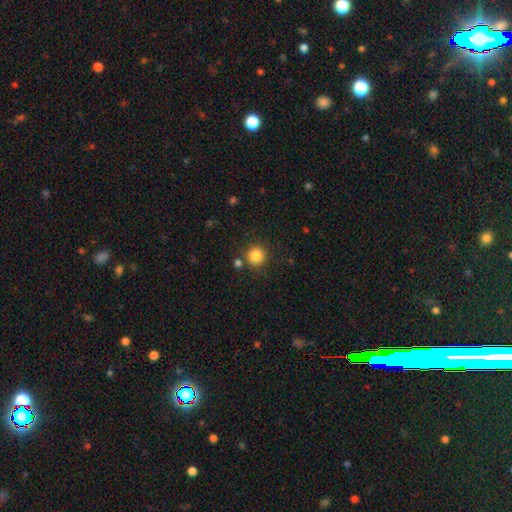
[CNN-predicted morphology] smooth-or-featured: smooth: 85% | star or artifact: 11% | featured or disk: 4%
  how-rounded: round: 93% | in between: 6% | cigar-shaped: 1%
  merging: none: 83% | minor disturbance: 8% | merger: 6% | major disturbance: 3%